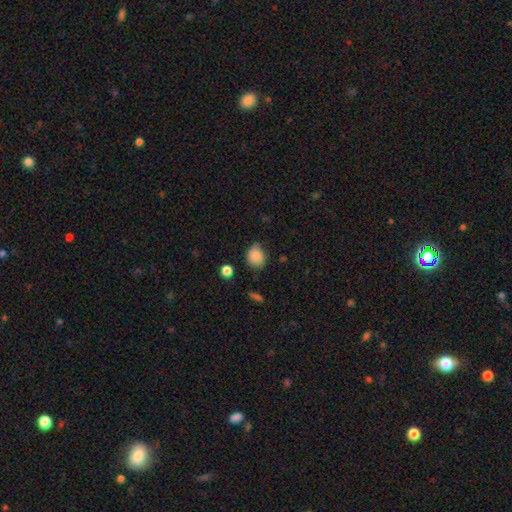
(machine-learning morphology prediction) This appears to be a smooth galaxy with no disk features (85%) that is round (65%). Merging: none (62%).